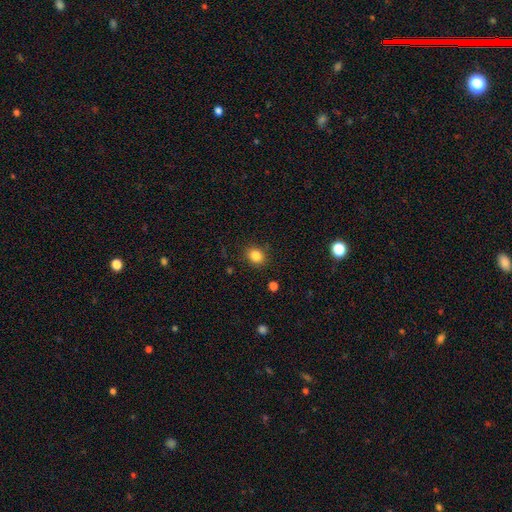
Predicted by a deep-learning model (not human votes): smooth_or_featured: smooth (p=0.84) [alt: star or artifact p=0.11]
how_rounded: round (p=0.64) [alt: in between p=0.35]
merging: none (p=0.86) [alt: minor disturbance p=0.09]